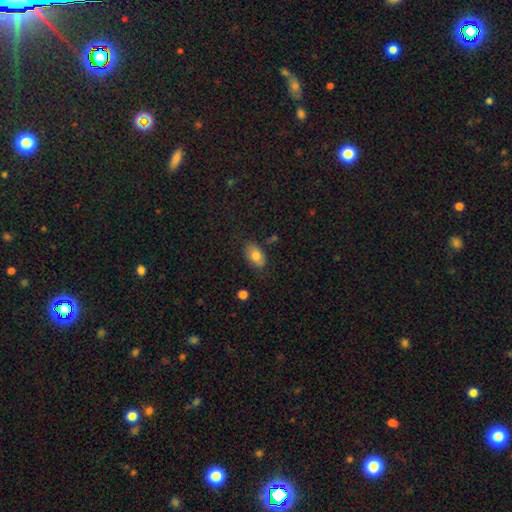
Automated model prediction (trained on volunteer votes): Q: Smooth or featured?
A: smooth (80%); runner-up: featured or disk (12%)
Q: How rounded?
A: in between (90%); runner-up: round (8%)
Q: Merging?
A: none (79%); runner-up: minor disturbance (15%)